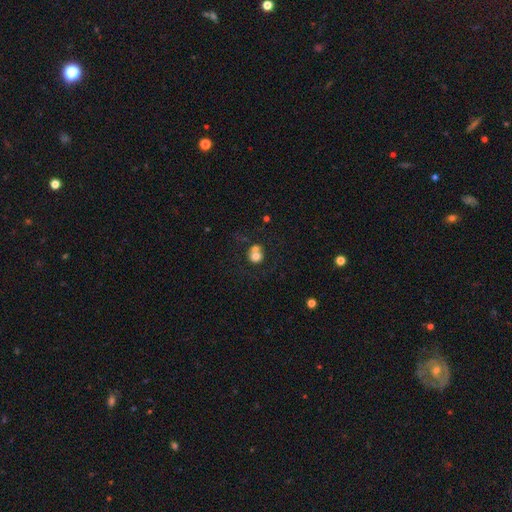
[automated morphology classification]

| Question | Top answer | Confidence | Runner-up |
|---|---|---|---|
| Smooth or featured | smooth | 71% | featured or disk (17%) |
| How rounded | round | 82% | in between (17%) |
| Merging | merger | 47% | none (40%) |